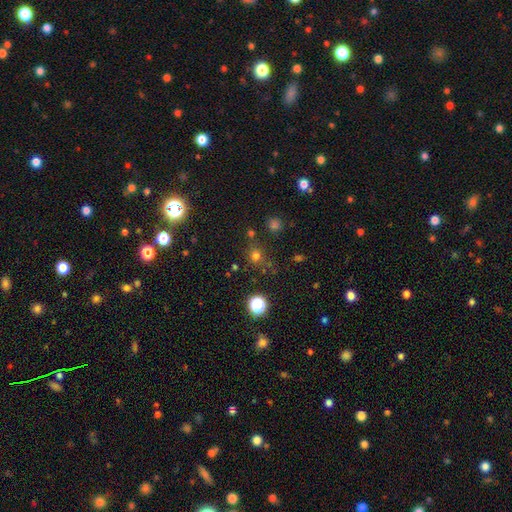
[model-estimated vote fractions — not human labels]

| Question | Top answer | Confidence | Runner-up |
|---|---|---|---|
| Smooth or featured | smooth | 68% | star or artifact (25%) |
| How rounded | round | 85% | in between (14%) |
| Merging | none | 75% | minor disturbance (12%) |